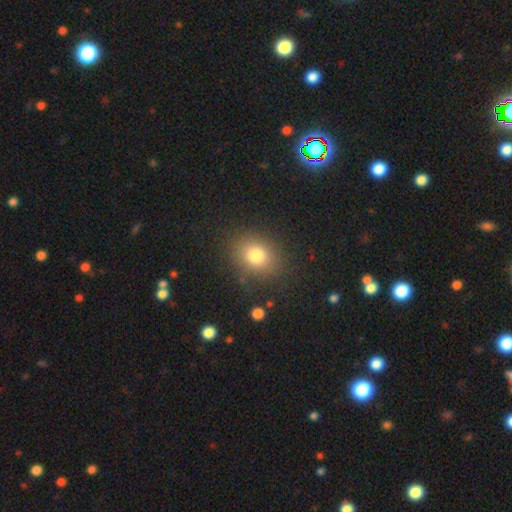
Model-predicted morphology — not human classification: smooth_or_featured: smooth (p=0.79) [alt: star or artifact p=0.12]
how_rounded: round (p=0.58) [alt: in between p=0.41]
merging: none (p=0.84) [alt: minor disturbance p=0.10]